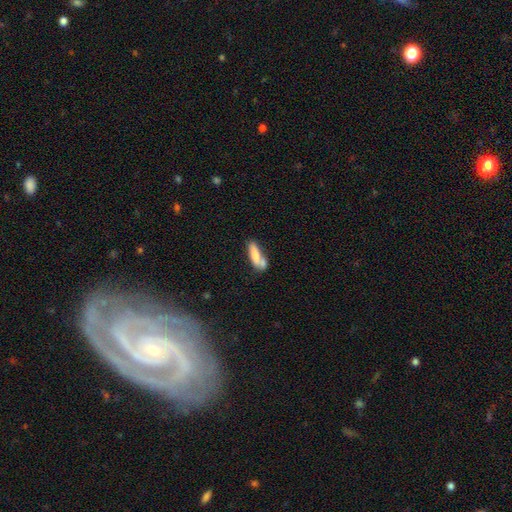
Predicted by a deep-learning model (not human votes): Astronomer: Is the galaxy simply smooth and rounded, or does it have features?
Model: smooth — 72%.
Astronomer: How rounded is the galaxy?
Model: cigar-shaped — 50% (runner-up: in between, 47%).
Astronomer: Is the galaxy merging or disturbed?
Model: none — 42% (runner-up: merger, 32%).